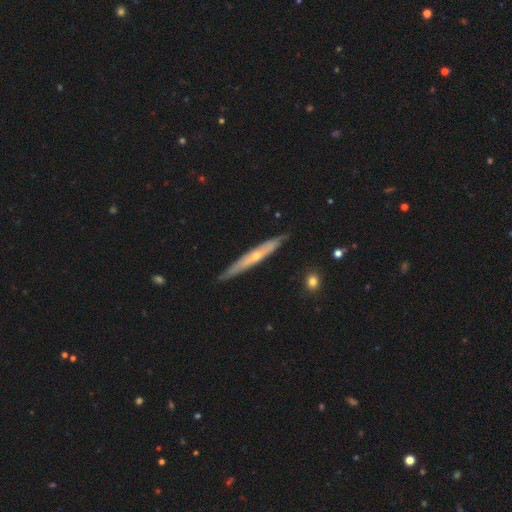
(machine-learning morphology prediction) The model was most divided on "edge-on bulge": rounded: 63%, none: 35%, boxy: 3%. More confident: edge-on disk — yes (89%); merging — none (83%); smooth or featured — featured or disk (66%).